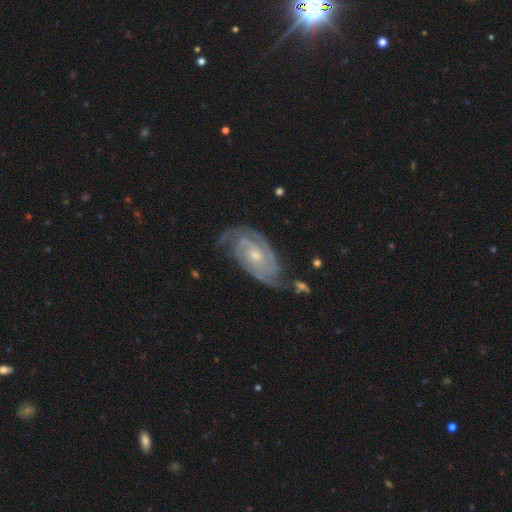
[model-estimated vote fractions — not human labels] This is clearly a featured or disk galaxy (89%). It is clearly not viewed edge-on (96%). Bar: likely no (66%). Spiral arm pattern: clearly yes (98%). Spiral arm count: likely 2 (64%). Spiral winding: likely tight (68%). Central bulge: possibly small (59%). Merging: likely none (70%).